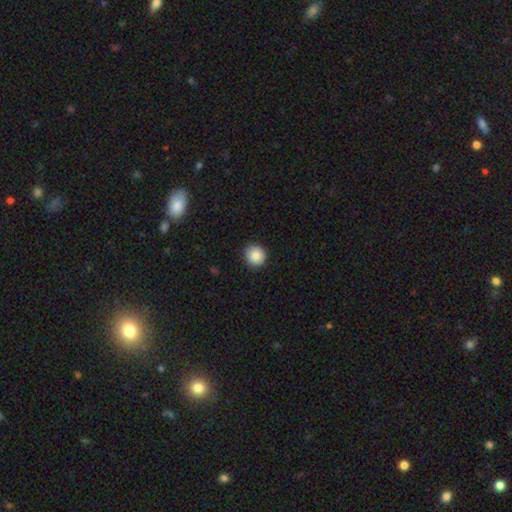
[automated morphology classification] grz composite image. It shows a smooth galaxy with no disk features (85%) that is round (92%). Merging: none (89%).